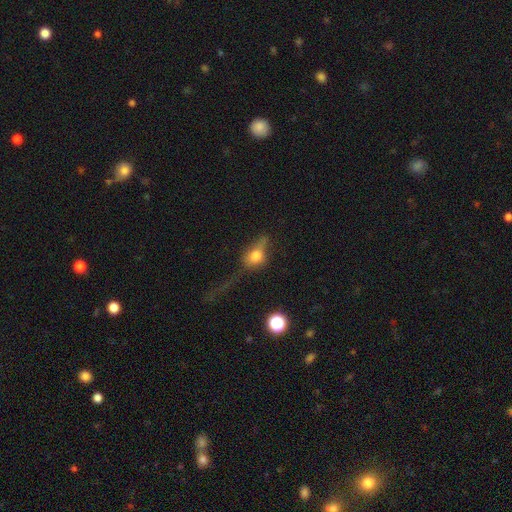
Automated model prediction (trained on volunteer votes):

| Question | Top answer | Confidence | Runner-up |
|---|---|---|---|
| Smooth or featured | smooth | 57% | featured or disk (30%) |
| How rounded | in between | 57% | round (33%) |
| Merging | major disturbance | 45% | none (28%) |